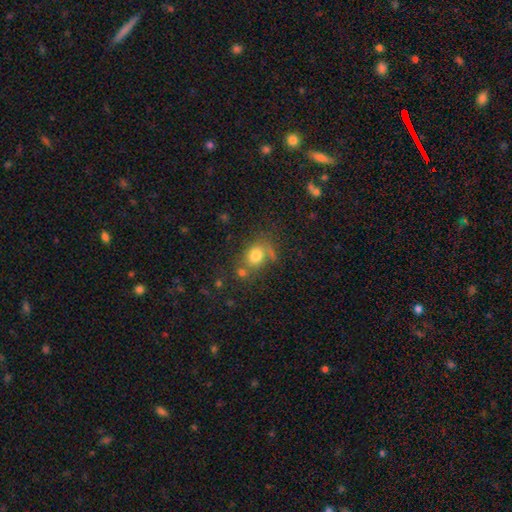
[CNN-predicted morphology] A smooth galaxy with no disk features (76%) that is round (53%).

Vote fractions:
- Smooth or featured? smooth: 76% / star or artifact: 12% / featured or disk: 12%
- How rounded? round: 53% / in between: 46% / cigar-shaped: 1%
- Merging? none: 58% / merger: 17% / minor disturbance: 17% / major disturbance: 8%